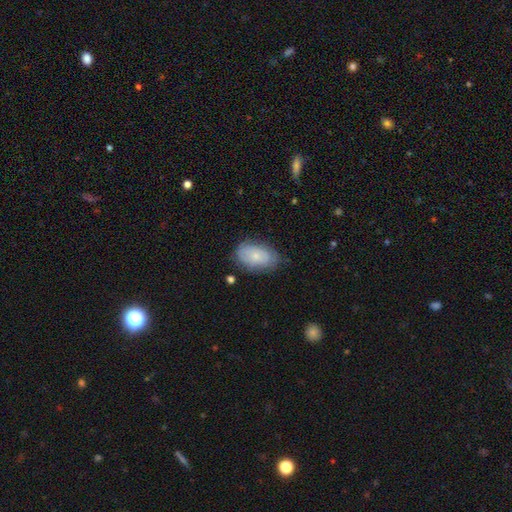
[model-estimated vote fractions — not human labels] This appears to be a smooth galaxy with no disk features (68%) that is in between round and cigar-shaped (92%). Merging: none (73%).